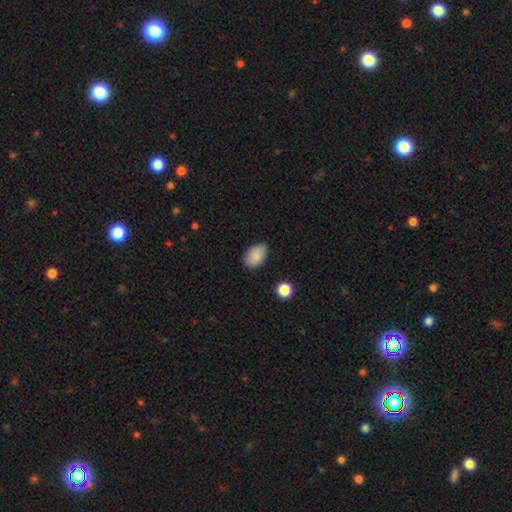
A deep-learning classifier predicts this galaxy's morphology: This appears to be a smooth galaxy with no disk features (87%) that is in between round and cigar-shaped (84%). Merging: none (83%).